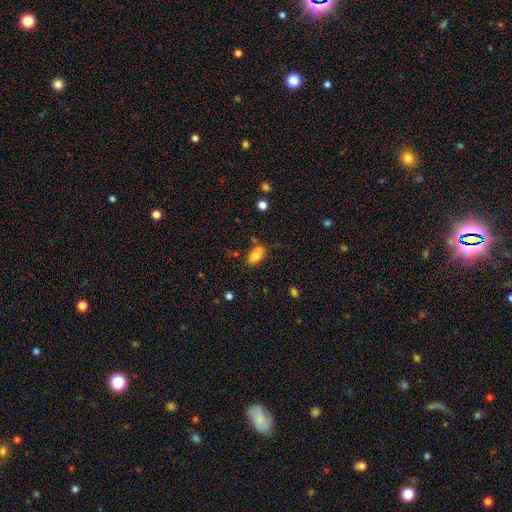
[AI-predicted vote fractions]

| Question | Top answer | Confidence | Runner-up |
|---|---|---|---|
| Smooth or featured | smooth | 77% | featured or disk (13%) |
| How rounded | in between | 87% | round (9%) |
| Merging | none | 56% | minor disturbance (22%) |